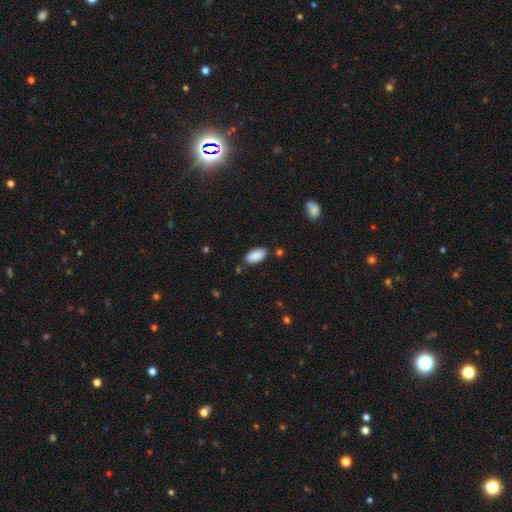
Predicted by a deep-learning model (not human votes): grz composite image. It shows a smooth galaxy with no disk features (89%) that is in between round and cigar-shaped (92%). Merging: none (83%).